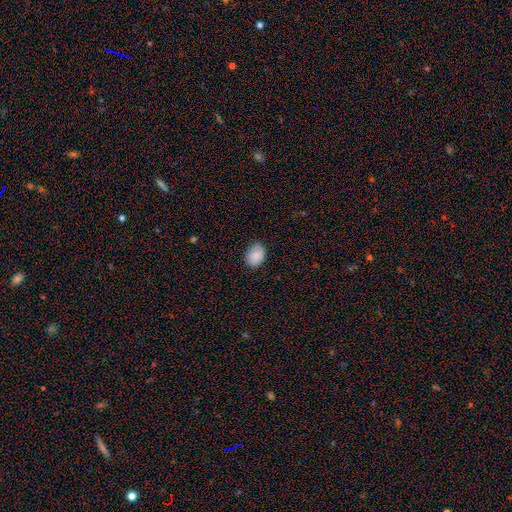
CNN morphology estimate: Smooth or featured? Predicted: smooth (p=0.87). How rounded? Predicted: in between (p=0.65). Merging? Predicted: none (p=0.72).